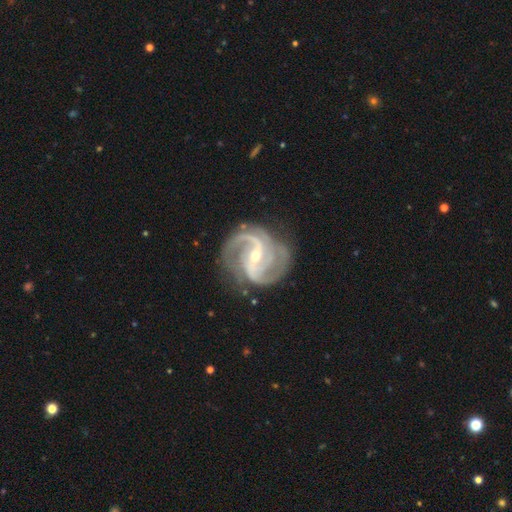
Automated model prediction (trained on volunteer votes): smooth_or_featured: featured or disk (p=0.93) [alt: star or artifact p=0.04]
disk_edge_on: no (p=0.98) [alt: yes p=0.02]
bar: strong (p=0.41) [alt: weak p=0.40]
has_spiral_arms: yes (p=0.98) [alt: no p=0.02]
spiral_winding: medium (p=0.58) [alt: tight p=0.23]
spiral_arm_count: 2 (p=0.59) [alt: 3 p=0.22]
bulge_size: small (p=0.66) [alt: moderate p=0.32]
merging: none (p=0.73) [alt: minor disturbance p=0.17]